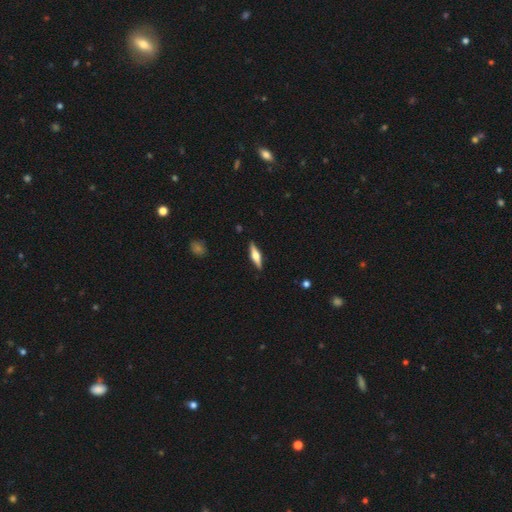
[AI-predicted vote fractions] A featured or disk galaxy (61%) viewed edge-on (96%) with a rounded central bulge (90%). Merging: none (89%).